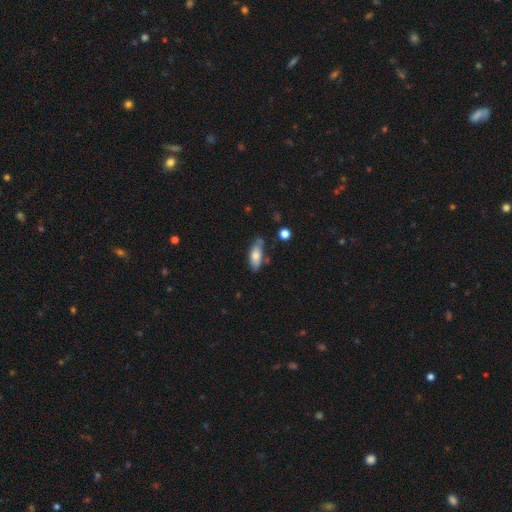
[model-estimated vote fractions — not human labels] smooth-or-featured: smooth: 68% | featured or disk: 25% | star or artifact: 7%
  how-rounded: in between: 76% | cigar-shaped: 21% | round: 3%
  merging: none: 62% | minor disturbance: 26% | merger: 6% | major disturbance: 6%